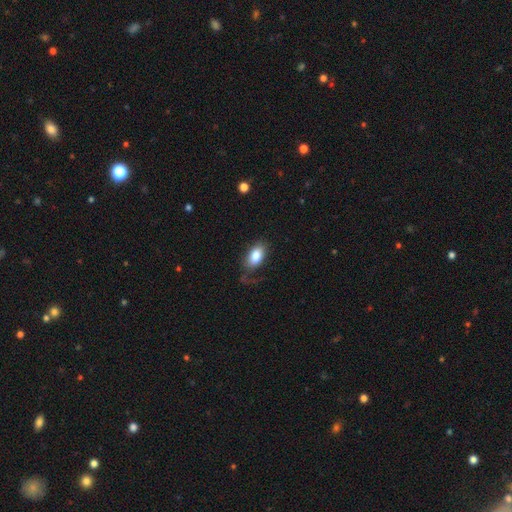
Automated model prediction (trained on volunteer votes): Q: Smooth or featured?
A: smooth (84%); runner-up: featured or disk (9%)
Q: How rounded?
A: in between (93%); runner-up: round (5%)
Q: Merging?
A: none (64%); runner-up: minor disturbance (23%)